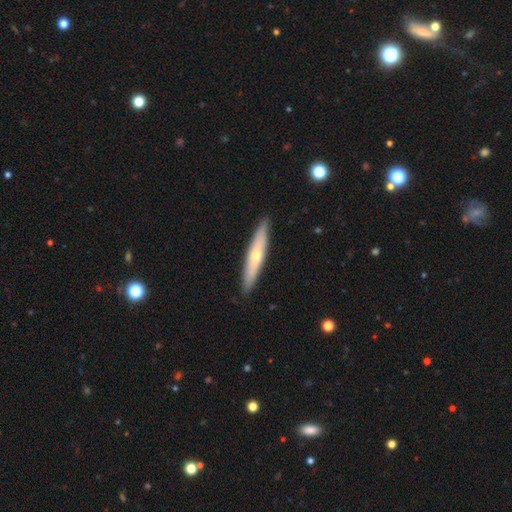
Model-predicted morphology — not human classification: A featured or disk galaxy (49%). Merging: none (90%).